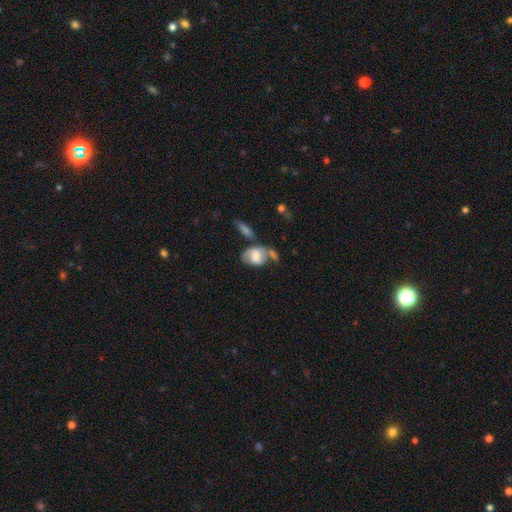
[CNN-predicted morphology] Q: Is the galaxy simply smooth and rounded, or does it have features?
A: smooth — 49%.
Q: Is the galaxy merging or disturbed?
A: none — 37%.